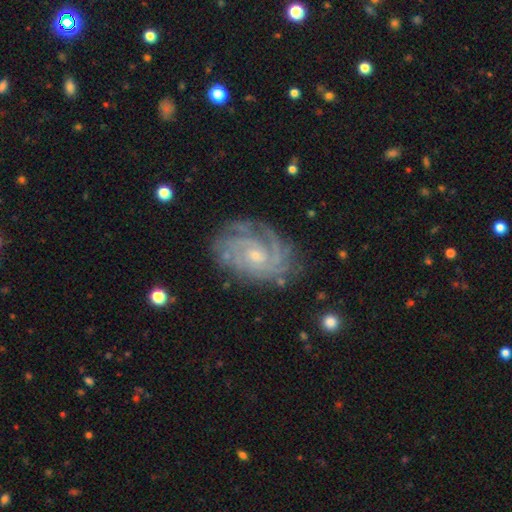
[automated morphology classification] This is clearly a featured or disk galaxy (87%). It is clearly not viewed edge-on (97%). Bar: likely no (71%). Spiral arm pattern: clearly yes (97%). Spiral arm count: marginally can't tell (27%). Spiral winding: likely tight (72%). Central bulge: likely small (69%). Merging: likely none (73%).